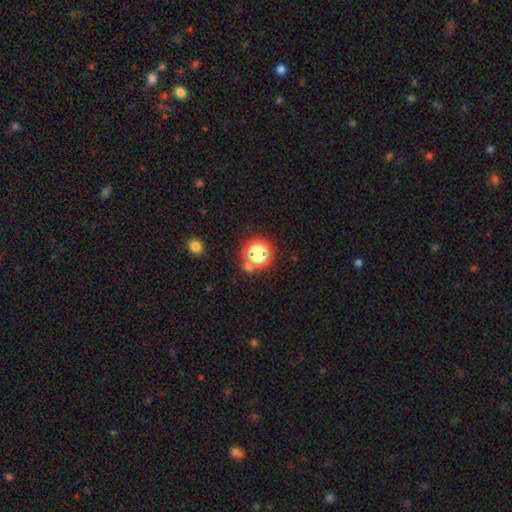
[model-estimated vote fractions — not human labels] smooth_or_featured: star or artifact (p=0.52) [alt: smooth p=0.40]